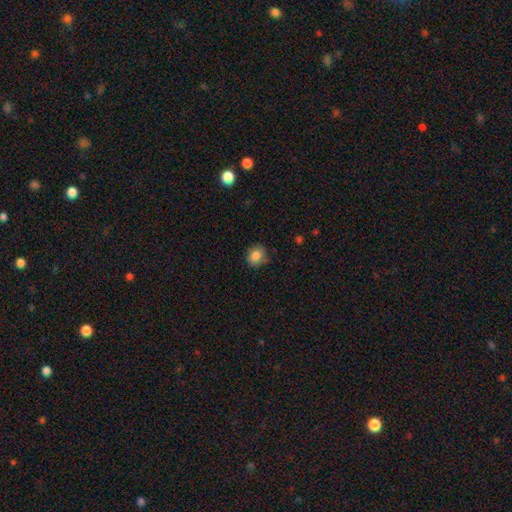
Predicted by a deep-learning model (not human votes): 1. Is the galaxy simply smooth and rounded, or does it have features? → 84% smooth, 9% star or artifact, 7% featured or disk.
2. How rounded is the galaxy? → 77% round, 23% in between, 1% cigar-shaped.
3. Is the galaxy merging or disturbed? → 79% none, 16% minor disturbance, 3% major disturbance, 1% merger.